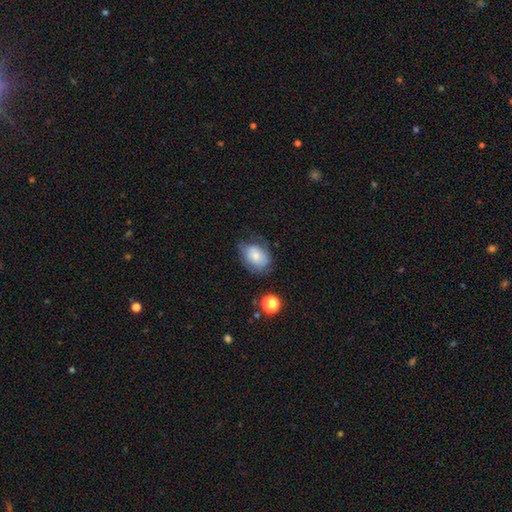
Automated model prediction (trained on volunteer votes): Smooth or featured? smooth (65%)
How rounded? in between (76%)
Merging? none (53%)